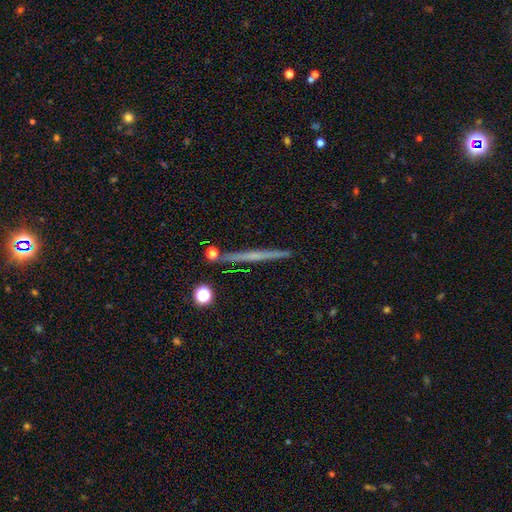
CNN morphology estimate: Overall: featured or disk (55%; smooth 37%). Edge-on disk: yes (97%). Edge-on bulge: none (80%). Merging: none (90%).